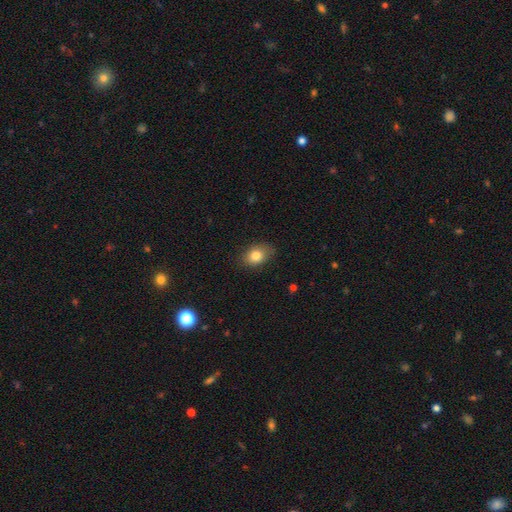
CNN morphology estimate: The model was most divided on "how rounded": in between: 71%, round: 28%, cigar-shaped: 1%. More confident: smooth or featured — smooth (82%); merging — none (78%).